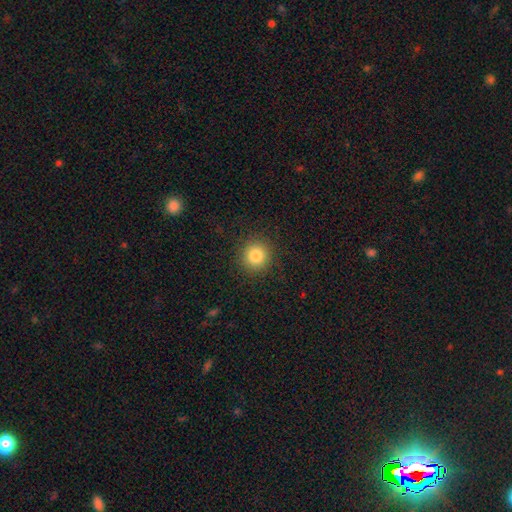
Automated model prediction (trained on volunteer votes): A smooth galaxy with no disk features (83%) that is round (93%).

Vote fractions:
- Smooth or featured? smooth: 83% / star or artifact: 11% / featured or disk: 6%
- How rounded? round: 93% / in between: 6% / cigar-shaped: 1%
- Merging? none: 91% / minor disturbance: 6% / major disturbance: 2% / merger: 1%